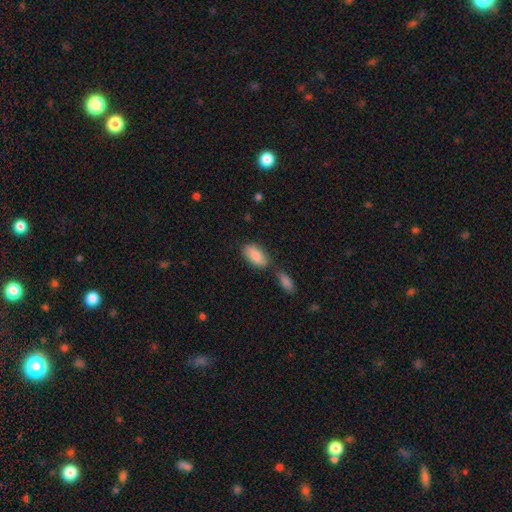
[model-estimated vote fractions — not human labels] This appears to be a smooth galaxy with no disk features (87%) that is in between round and cigar-shaped (92%). Merging: none (62%).